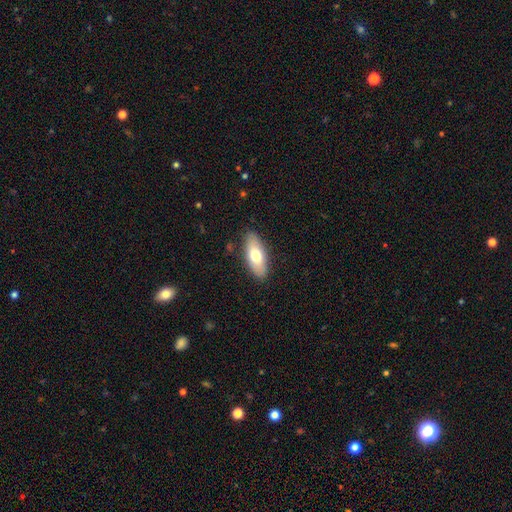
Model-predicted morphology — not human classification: The model was most divided on "smooth or featured": smooth: 70%, featured or disk: 24%, star or artifact: 6%. More confident: merging — none (86%); how rounded — in between (81%).